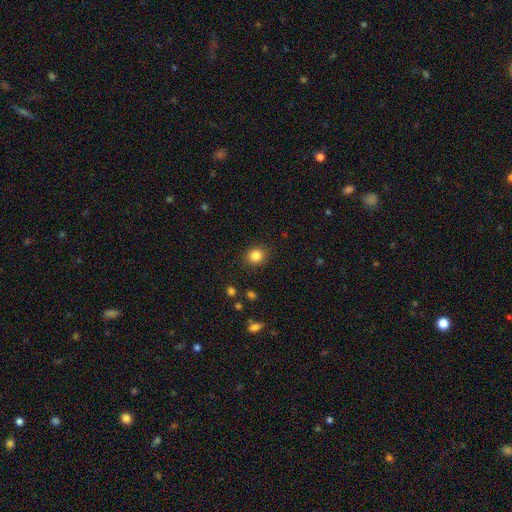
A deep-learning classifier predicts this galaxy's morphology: A smooth galaxy with no disk features (84%) that is round (78%).

Vote fractions:
- Smooth or featured? smooth: 84% / star or artifact: 11% / featured or disk: 5%
- How rounded? round: 78% / in between: 21% / cigar-shaped: 1%
- Merging? none: 89% / minor disturbance: 7% / major disturbance: 3% / merger: 1%